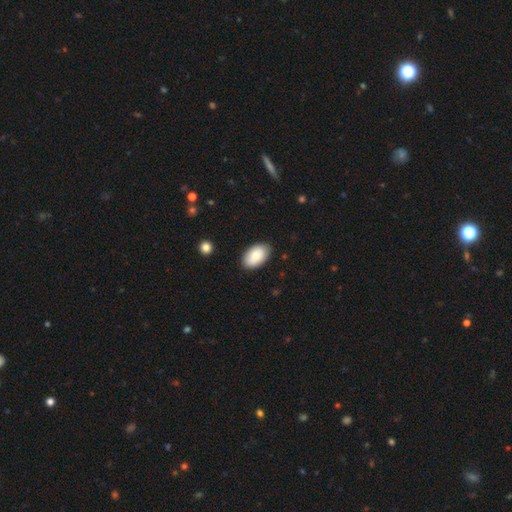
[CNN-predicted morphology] smooth-or-featured: smooth: 79% | featured or disk: 15% | star or artifact: 6%
  how-rounded: in between: 93% | round: 6% | cigar-shaped: 1%
  merging: none: 84% | minor disturbance: 12% | major disturbance: 2% | merger: 1%